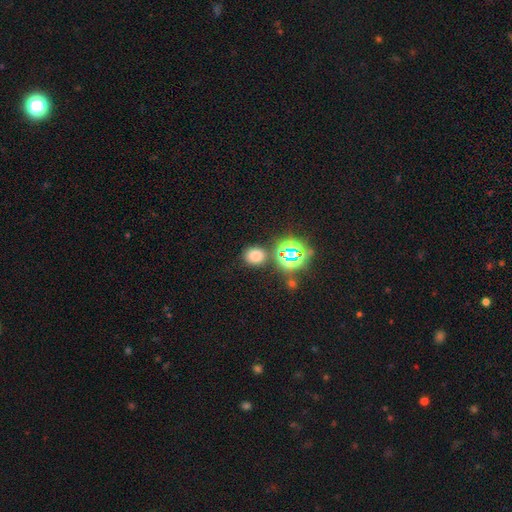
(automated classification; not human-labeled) A smooth galaxy with no disk features (69%) that is round (67%).

Vote fractions:
- Smooth or featured? smooth: 69% / star or artifact: 25% / featured or disk: 6%
- How rounded? round: 67% / in between: 32% / cigar-shaped: 1%
- Merging? none: 80% / minor disturbance: 10% / merger: 6% / major disturbance: 4%